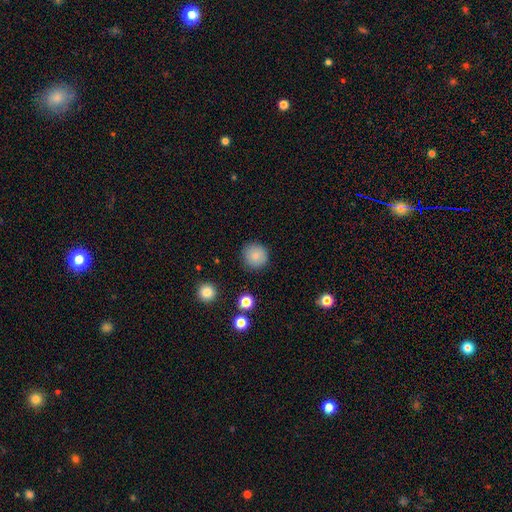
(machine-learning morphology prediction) smooth-or-featured: smooth: 84% | star or artifact: 10% | featured or disk: 6%
  how-rounded: round: 94% | in between: 5% | cigar-shaped: 1%
  merging: none: 89% | minor disturbance: 7% | major disturbance: 2% | merger: 1%